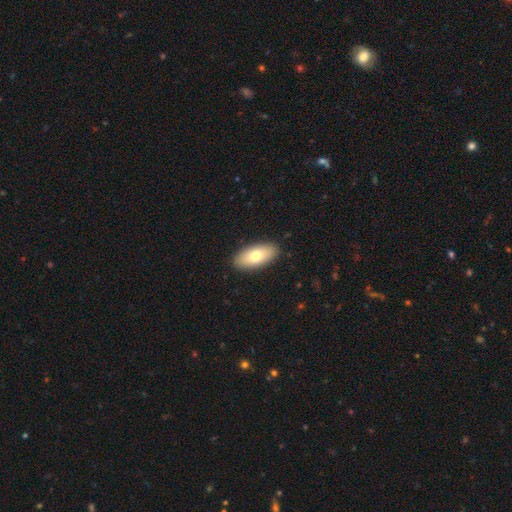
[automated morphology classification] Overall: smooth (72%). How rounded: in between (91%). Merging: none (89%).